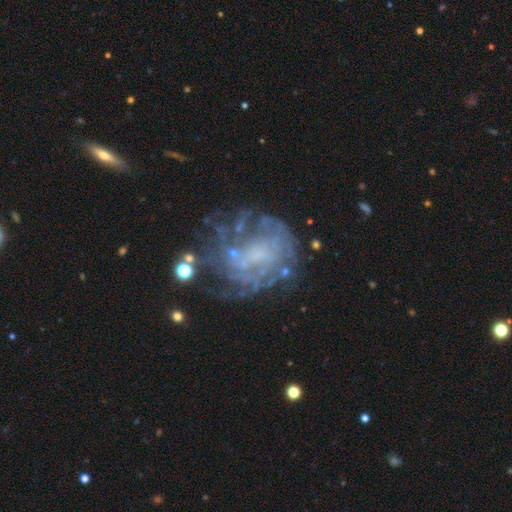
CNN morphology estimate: Q: Smooth or featured?
A: featured or disk (74%); runner-up: star or artifact (13%)
Q: Edge-on disk?
A: no (97%); runner-up: yes (3%)
Q: Bar?
A: no (70%); runner-up: weak (24%)
Q: Spiral arms?
A: yes (68%); runner-up: no (32%)
Q: Bulge size?
A: none (47%); runner-up: small (31%)
Q: Merging?
A: none (56%); runner-up: major disturbance (21%)